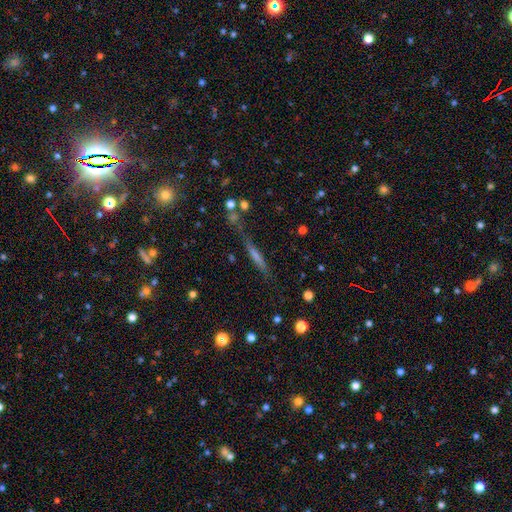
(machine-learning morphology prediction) type=smooth (44%); merging=none (69%).